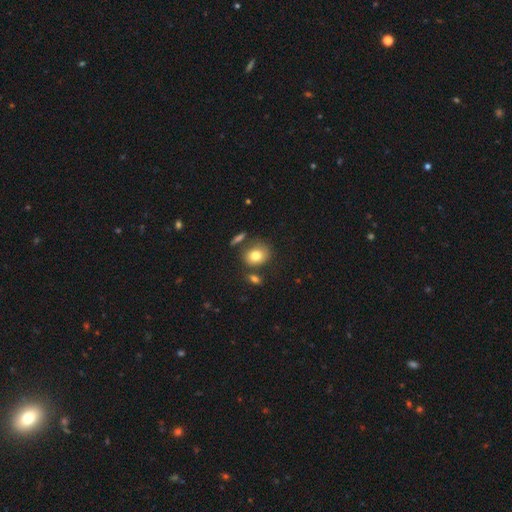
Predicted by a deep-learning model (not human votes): Smooth or featured: smooth — 79% (featured or disk — 12%)
How rounded: round — 55% (in between — 44%)
Merging: none — 68% (minor disturbance — 14%)